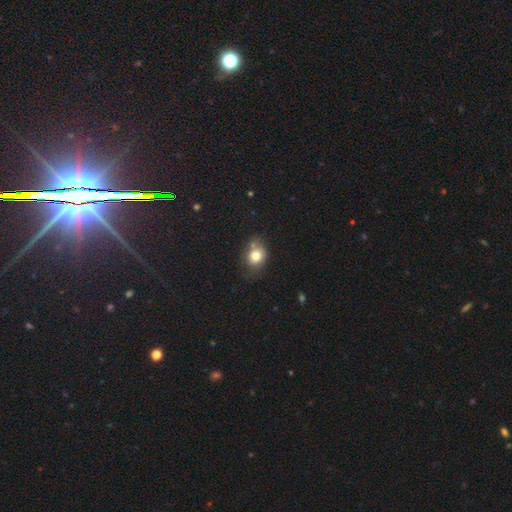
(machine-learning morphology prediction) Smooth or featured: smooth — 78% (featured or disk — 11%)
How rounded: in between — 52% (round — 47%)
Merging: none — 55% (minor disturbance — 24%)